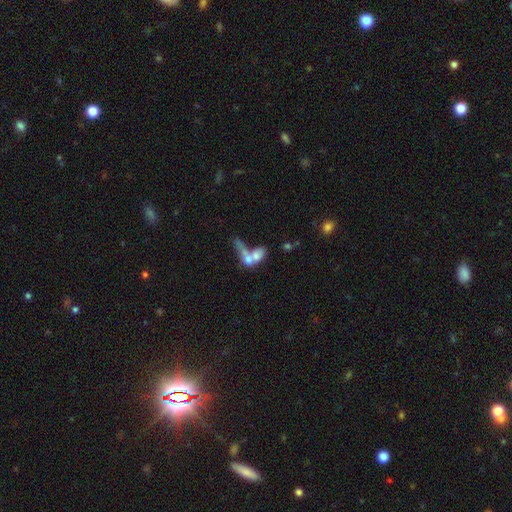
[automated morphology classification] smooth-or-featured: smooth: 57% | featured or disk: 32% | star or artifact: 11%
  how-rounded: in between: 69% | round: 17% | cigar-shaped: 14%
  merging: merger: 66% | none: 14% | major disturbance: 14% | minor disturbance: 7%